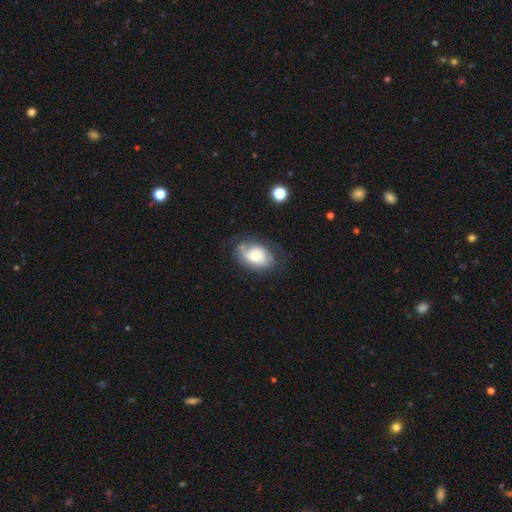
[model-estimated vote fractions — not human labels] Overall: smooth (51%; featured or disk 41%). How rounded: in between (85%). Merging: none (55%; minor disturbance 28%).